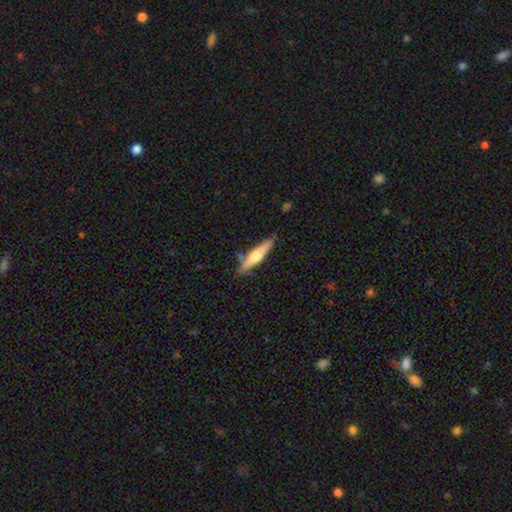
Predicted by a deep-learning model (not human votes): The model was most divided on "smooth or featured": featured or disk: 51%, smooth: 43%, star or artifact: 5%. More confident: edge-on disk — yes (94%); merging — none (79%).